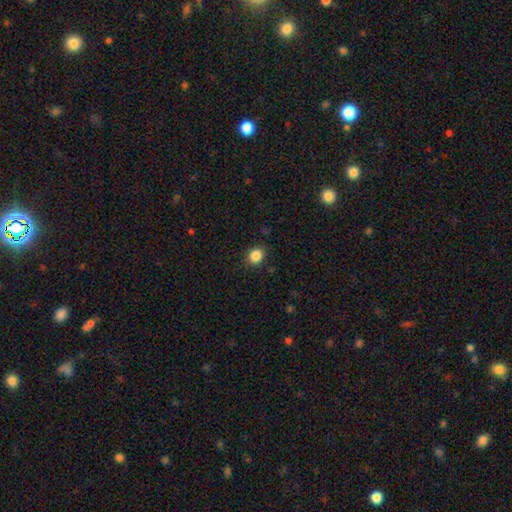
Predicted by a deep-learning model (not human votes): Smooth or featured? smooth (86%)
How rounded? round (62%)
Merging? none (87%)